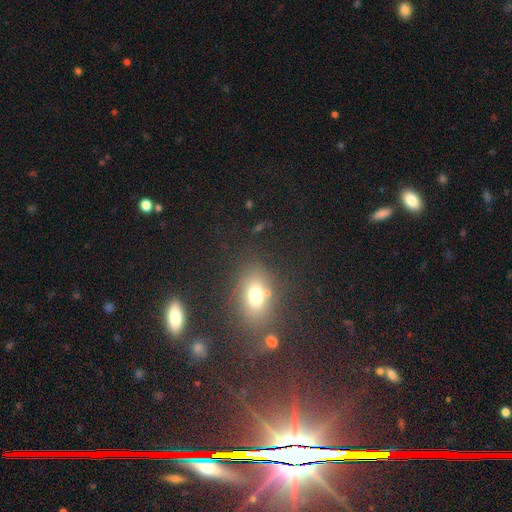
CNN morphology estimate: This is marginally a star or artifact rather than a galaxy (42%, tied with smooth).